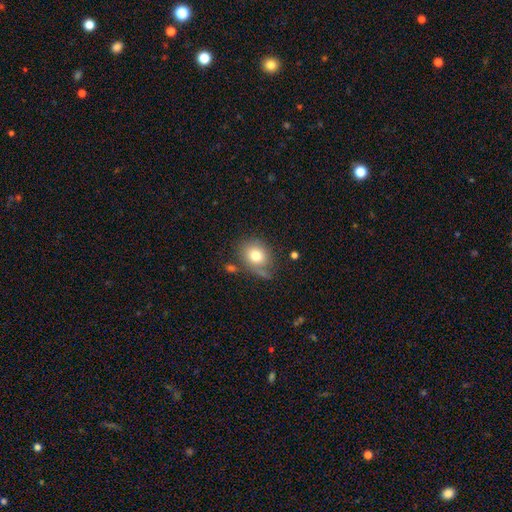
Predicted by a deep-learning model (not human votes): A smooth galaxy with no disk features (75%) that is round (56%). Merging: none (61%).